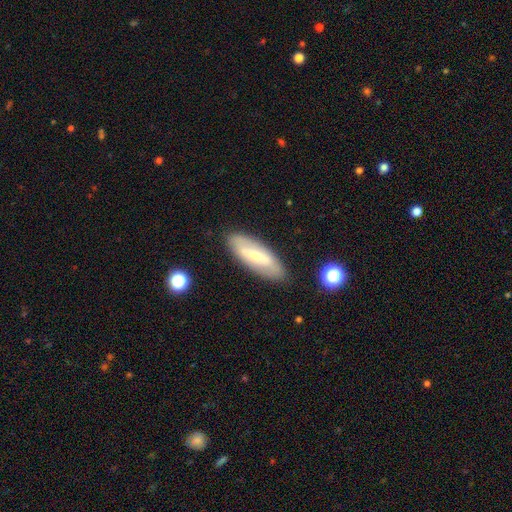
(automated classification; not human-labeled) This appears to be a featured or disk galaxy (49%). Merging: none (85%).